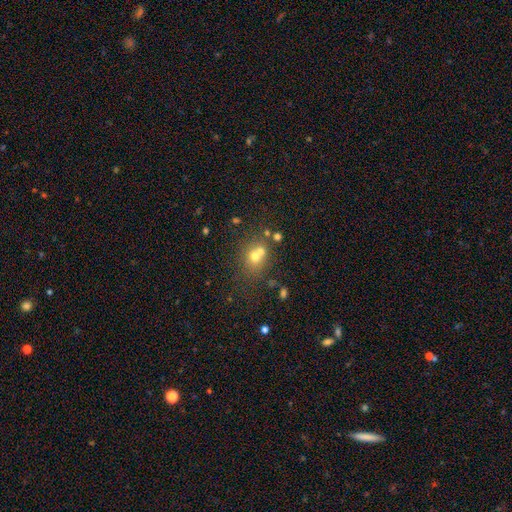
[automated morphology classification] smooth 59%, star or artifact 23%, featured or disk 18%. Down the decision tree: how rounded — round (70%); merging — none (47%).